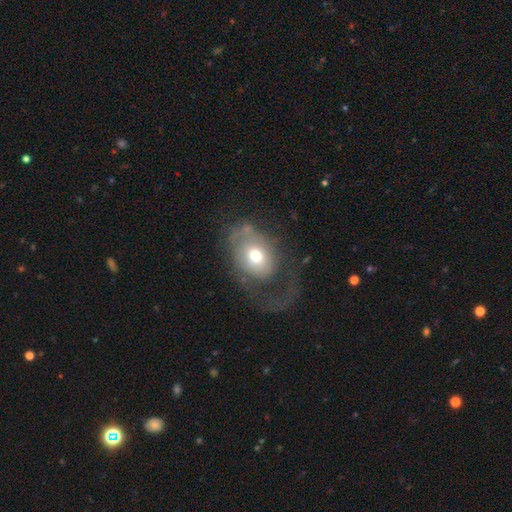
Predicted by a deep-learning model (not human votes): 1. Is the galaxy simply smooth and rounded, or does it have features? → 53% smooth, 39% featured or disk, 8% star or artifact.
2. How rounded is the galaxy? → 63% in between, 36% round, 1% cigar-shaped.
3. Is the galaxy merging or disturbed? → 51% major disturbance, 28% none, 18% minor disturbance, 3% merger.